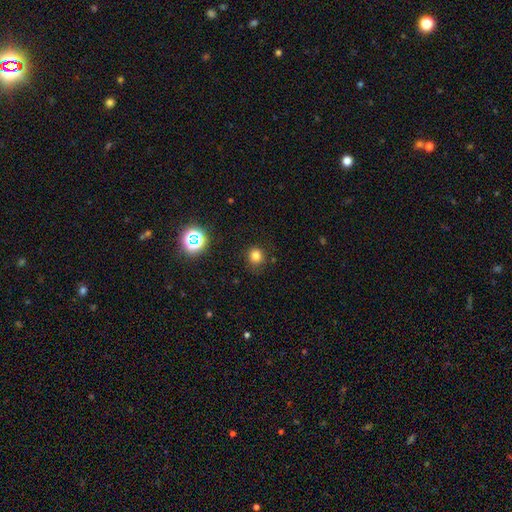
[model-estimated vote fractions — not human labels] Smooth or featured: smooth — 78% (star or artifact — 17%)
How rounded: round — 84% (in between — 15%)
Merging: none — 81% (minor disturbance — 13%)